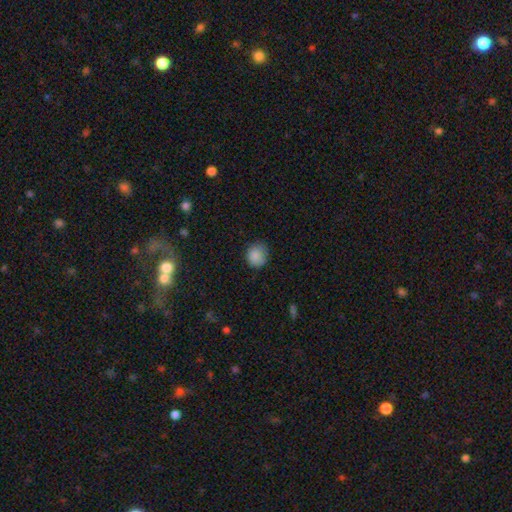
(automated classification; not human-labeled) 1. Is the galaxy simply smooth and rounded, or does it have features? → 86% smooth, 9% star or artifact, 4% featured or disk.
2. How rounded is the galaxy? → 80% round, 19% in between, 1% cigar-shaped.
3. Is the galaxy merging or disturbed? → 77% none, 19% minor disturbance, 3% major disturbance, 1% merger.